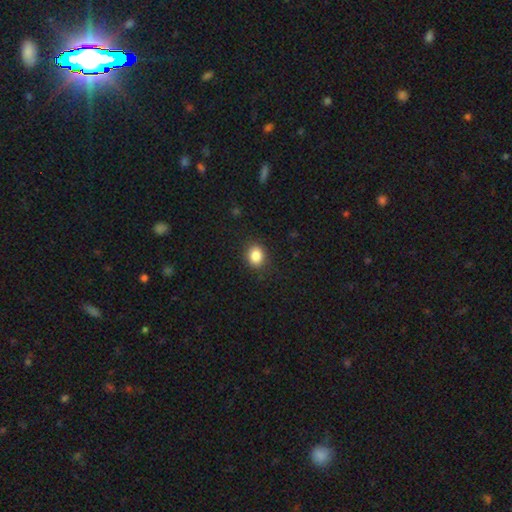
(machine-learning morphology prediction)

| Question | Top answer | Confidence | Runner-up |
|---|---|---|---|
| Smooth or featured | smooth | 86% | star or artifact (10%) |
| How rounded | round | 57% | in between (42%) |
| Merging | none | 87% | minor disturbance (9%) |